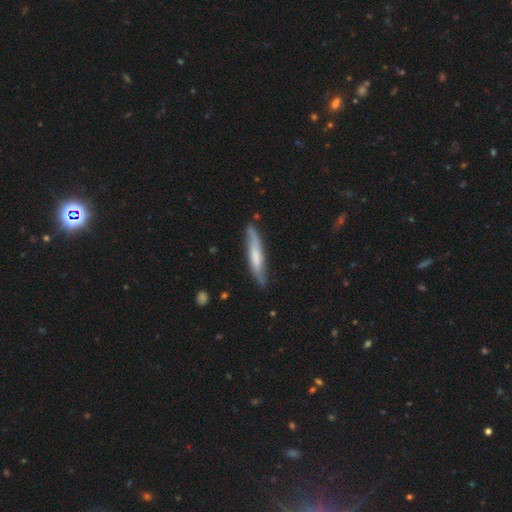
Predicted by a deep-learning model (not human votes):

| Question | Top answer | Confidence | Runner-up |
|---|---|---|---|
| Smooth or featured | smooth | 52% | featured or disk (43%) |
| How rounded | cigar-shaped | 89% | in between (9%) |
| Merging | none | 78% | minor disturbance (17%) |